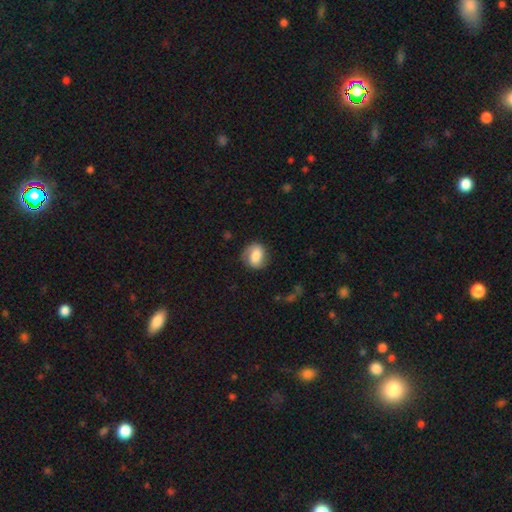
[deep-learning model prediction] smooth 55%, featured or disk 37%, star or artifact 8%. Down the decision tree: how rounded — round (51%); merging — none (69%).